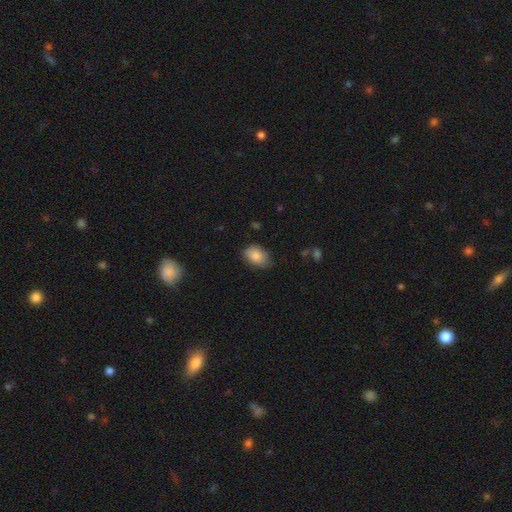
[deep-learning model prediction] The model was most divided on "merging": none: 69%, minor disturbance: 25%, major disturbance: 4%, merger: 1%. More confident: smooth or featured — smooth (86%); how rounded — in between (83%).